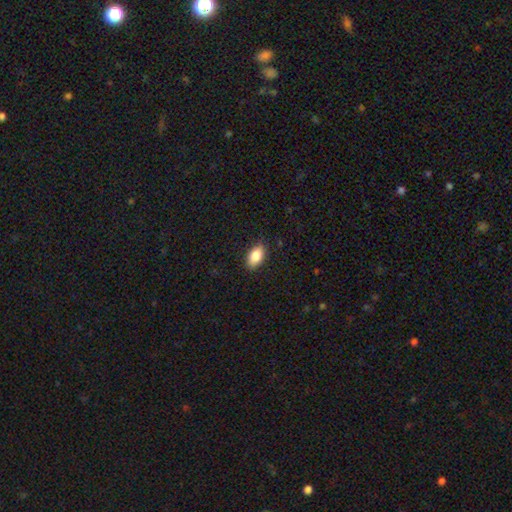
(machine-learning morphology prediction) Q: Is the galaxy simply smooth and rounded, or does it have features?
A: smooth — 86%.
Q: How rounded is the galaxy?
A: in between — 92%.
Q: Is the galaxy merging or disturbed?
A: none — 85%.